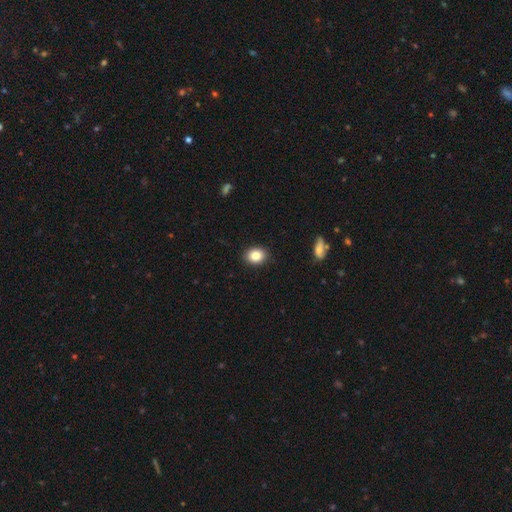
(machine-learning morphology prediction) A smooth galaxy with no disk features (85%) that is in between round and cigar-shaped (50%). Merging: none (90%).